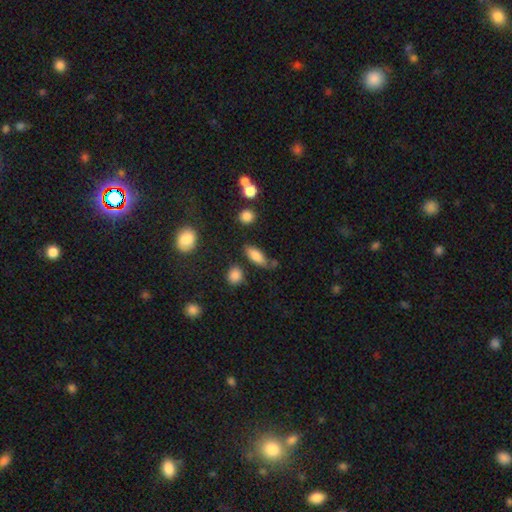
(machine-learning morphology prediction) This appears to be a smooth galaxy with no disk features (78%) that is in between round and cigar-shaped (73%). Merging: none (64%).